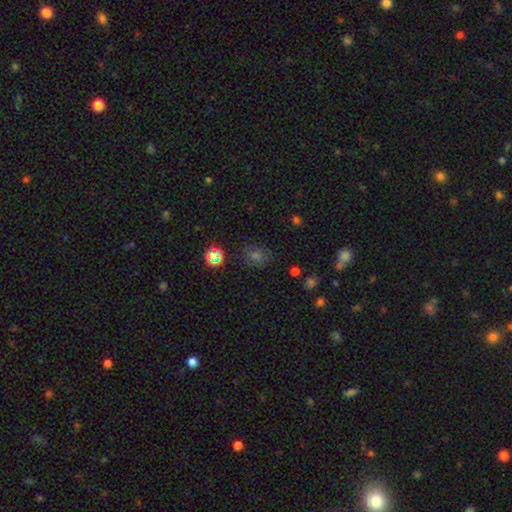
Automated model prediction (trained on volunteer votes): Smooth or featured: smooth — 57% (star or artifact — 34%)
How rounded: round — 61% (in between — 37%)
Merging: none — 82% (minor disturbance — 11%)